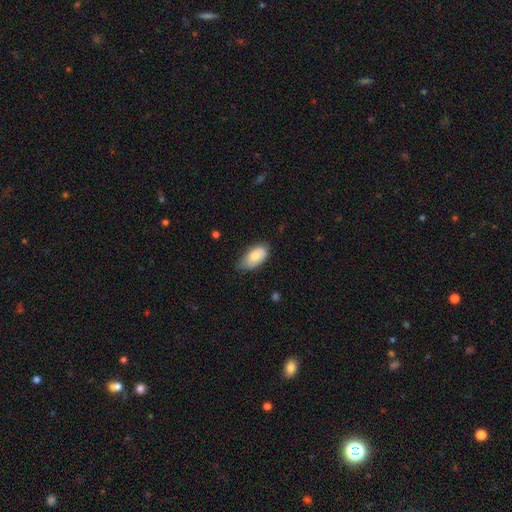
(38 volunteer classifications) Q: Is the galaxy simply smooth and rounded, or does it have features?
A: smooth — 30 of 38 (79%).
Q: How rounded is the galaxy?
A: in between — 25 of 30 (83%).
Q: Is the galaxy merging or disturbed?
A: none — 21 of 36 (58%).